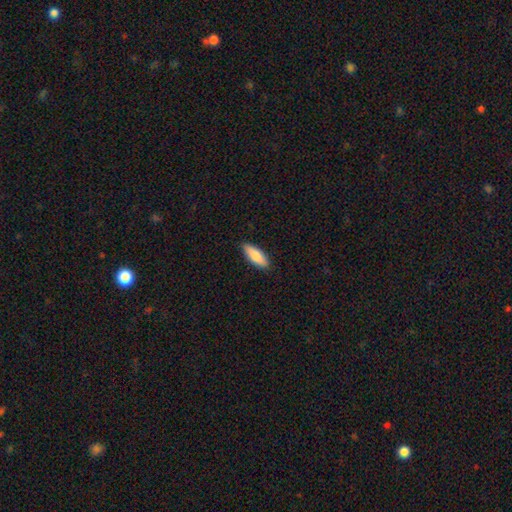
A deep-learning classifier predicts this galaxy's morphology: A smooth galaxy with no disk features (82%) that is in between round and cigar-shaped (65%).

Vote fractions:
- Smooth or featured? smooth: 82% / featured or disk: 12% / star or artifact: 5%
- How rounded? in between: 65% / cigar-shaped: 33% / round: 2%
- Merging? none: 87% / minor disturbance: 10% / major disturbance: 2% / merger: 1%